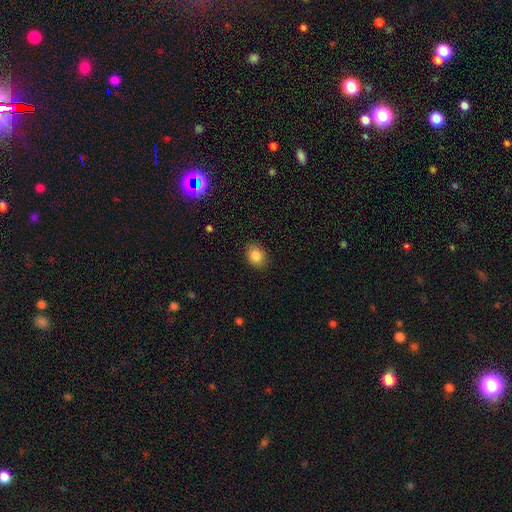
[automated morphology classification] A smooth galaxy with no disk features (85%) that is in between round and cigar-shaped (59%). Merging: none (86%).